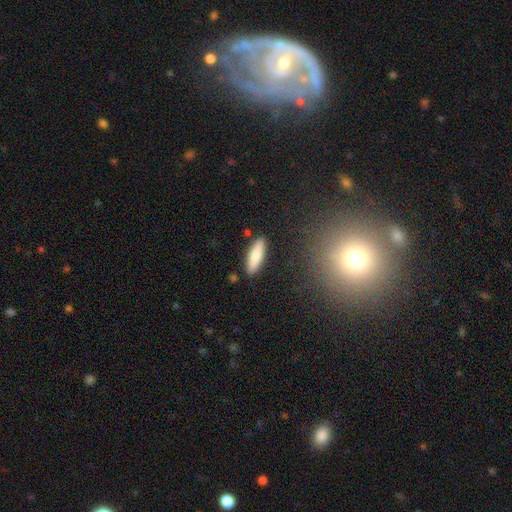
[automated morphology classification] Smooth or featured? Predicted: smooth (p=0.77). How rounded? Predicted: cigar-shaped (p=0.64). Merging? Predicted: none (p=0.87).